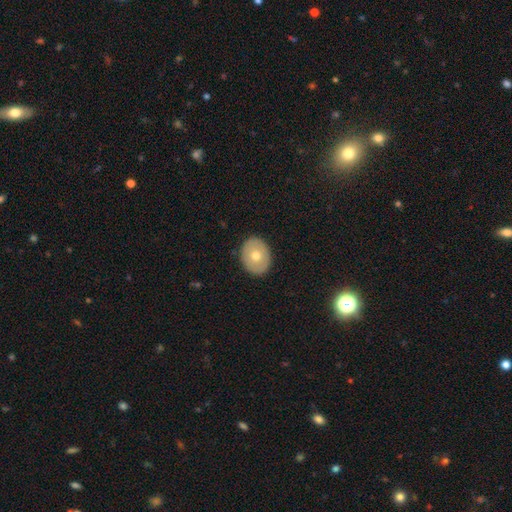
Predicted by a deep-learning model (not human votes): This is likely a smooth galaxy (60%). How rounded: possibly in between (55%). Merging: clearly none (90%).